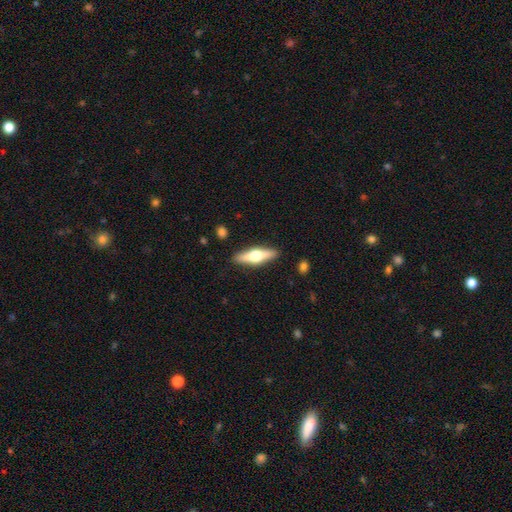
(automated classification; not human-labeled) A featured or disk galaxy (57%) viewed edge-on (94%) with a rounded central bulge (95%).

Vote fractions:
- Smooth or featured? featured or disk: 57% / smooth: 37% / star or artifact: 6%
- Edge-on disk? yes: 94% / no: 6%
- Edge-on bulge? rounded: 95% / boxy: 3% / none: 2%
- Merging? none: 89% / minor disturbance: 8% / major disturbance: 2% / merger: 1%